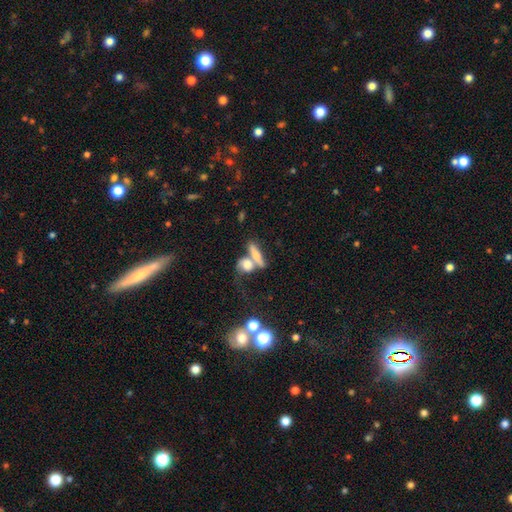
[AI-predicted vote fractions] This appears to be a smooth galaxy with no disk features (54%) that is cigar-shaped (45%). Merging: merger (45%).